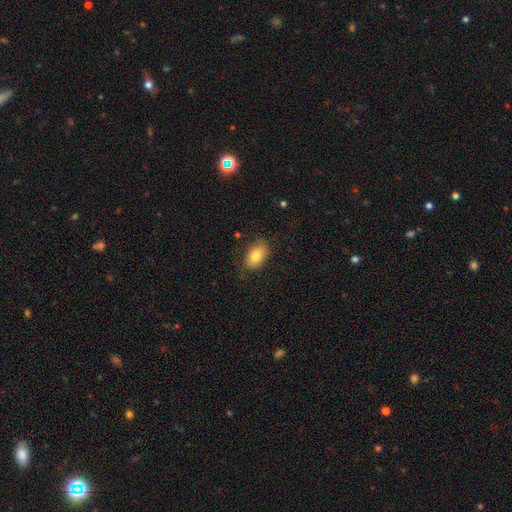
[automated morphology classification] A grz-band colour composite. It shows a smooth galaxy with no disk features (81%) that is in between round and cigar-shaped (90%). Merging: none (76%).